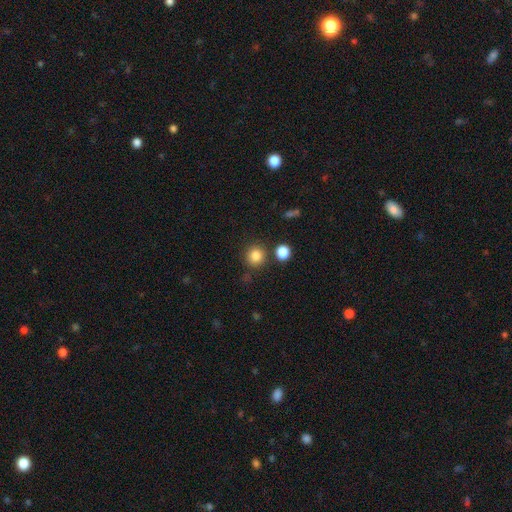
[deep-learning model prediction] A smooth galaxy with no disk features (83%) that is round (91%).

Vote fractions:
- Smooth or featured? smooth: 83% / star or artifact: 11% / featured or disk: 5%
- How rounded? round: 91% / in between: 8% / cigar-shaped: 1%
- Merging? none: 82% / minor disturbance: 8% / merger: 7% / major disturbance: 3%